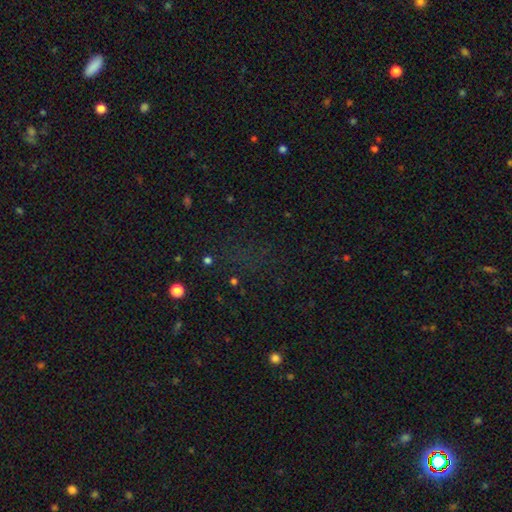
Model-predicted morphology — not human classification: star or artifact 66%, smooth 23%, featured or disk 11%.